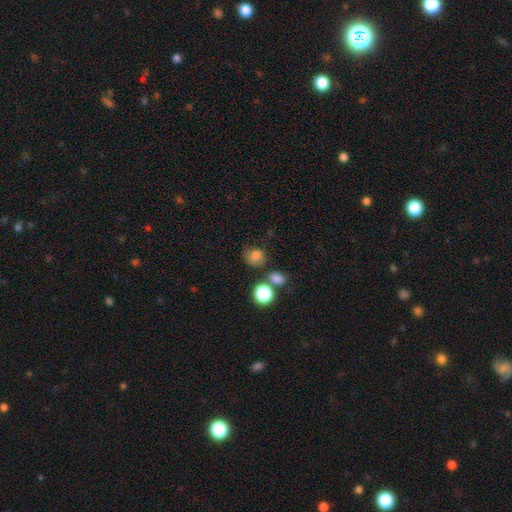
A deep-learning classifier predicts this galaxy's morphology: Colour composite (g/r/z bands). It shows a smooth galaxy with no disk features (78%) that is round (75%). Merging: none (64%).